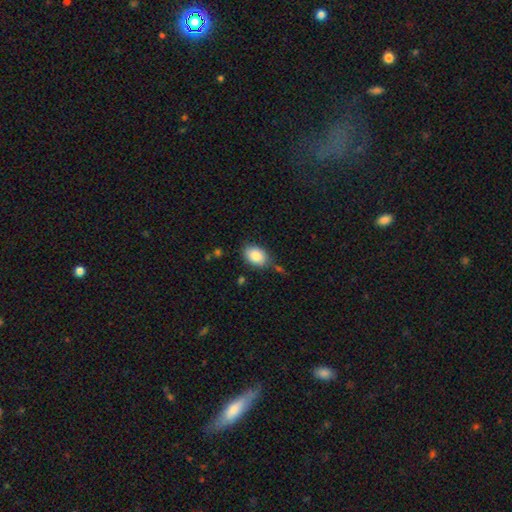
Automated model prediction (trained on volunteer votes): Smooth or featured?
  - smooth: 86% *
  - star or artifact: 7%
  - featured or disk: 7%
How rounded?
  - in between: 82% *
  - round: 17%
  - cigar-shaped: 1%
Merging?
  - none: 72% *
  - minor disturbance: 19%
  - major disturbance: 5%
  - merger: 5%